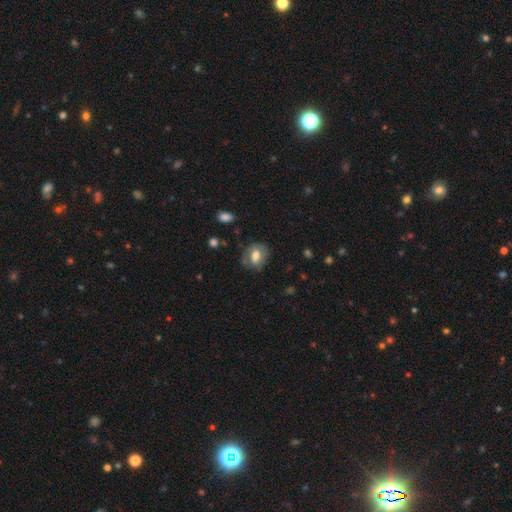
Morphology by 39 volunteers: smooth 54%, featured or disk 38%, star or artifact 8%. Down the decision tree: how rounded — round (57%); merging — none (72%).